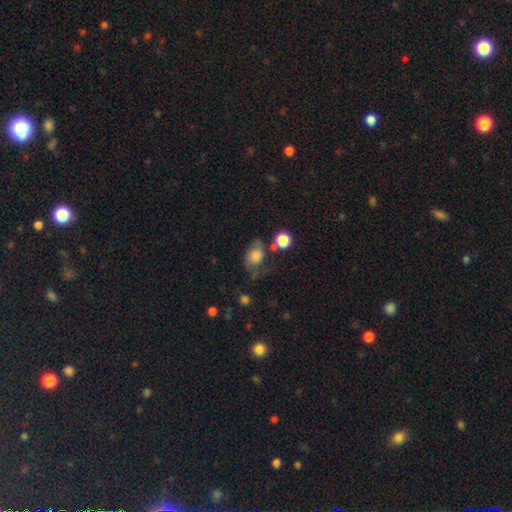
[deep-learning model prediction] Smooth or featured?
  - smooth: 65% *
  - featured or disk: 25%
  - star or artifact: 11%
How rounded?
  - in between: 64% *
  - round: 34%
  - cigar-shaped: 2%
Merging?
  - none: 39% *
  - minor disturbance: 28%
  - major disturbance: 24%
  - merger: 9%